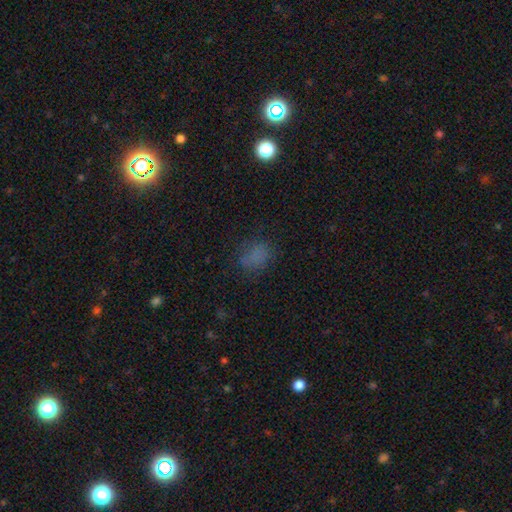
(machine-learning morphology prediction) A smooth galaxy with no disk features (70%) that is in between round and cigar-shaped (61%). Merging: none (70%).